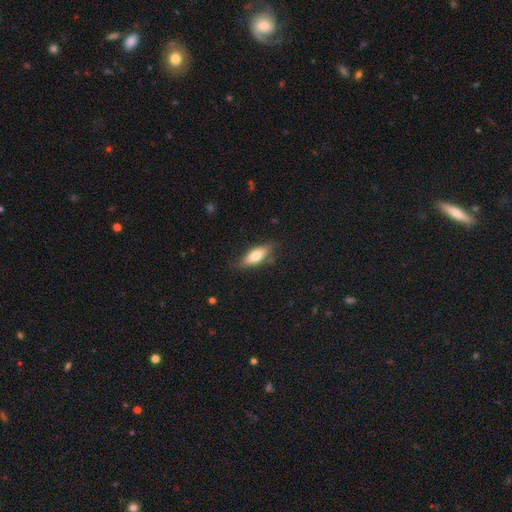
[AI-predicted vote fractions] Smooth or featured: smooth — 70% (featured or disk — 23%)
How rounded: in between — 68% (cigar-shaped — 30%)
Merging: none — 78% (minor disturbance — 17%)